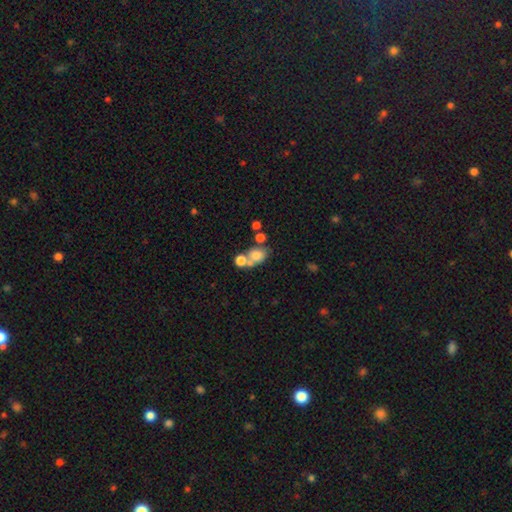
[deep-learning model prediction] This appears to be a smooth galaxy with no disk features (70%) that is in between round and cigar-shaped (52%). Merging: merger (47%).